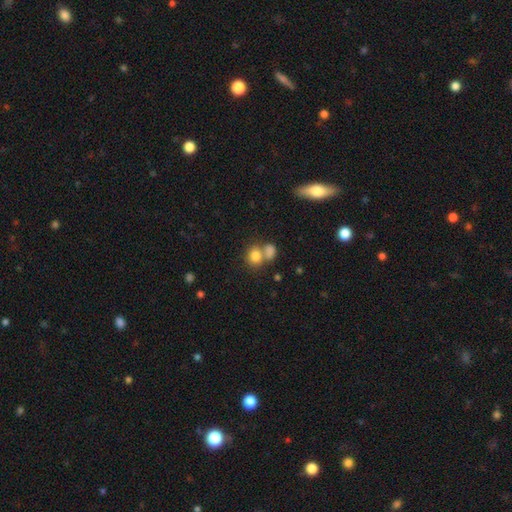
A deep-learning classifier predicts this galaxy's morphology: Smooth or featured? smooth (79%)
How rounded? round (61%)
Merging? merger (46%)